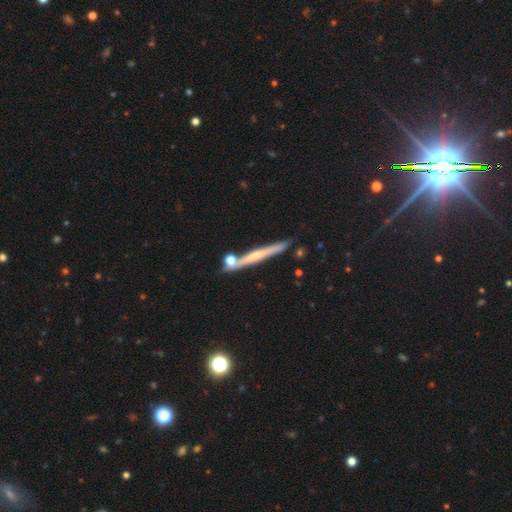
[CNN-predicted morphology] A featured or disk galaxy (61%) viewed edge-on (96%) with a rounded central bulge (54%). Merging: none (79%).